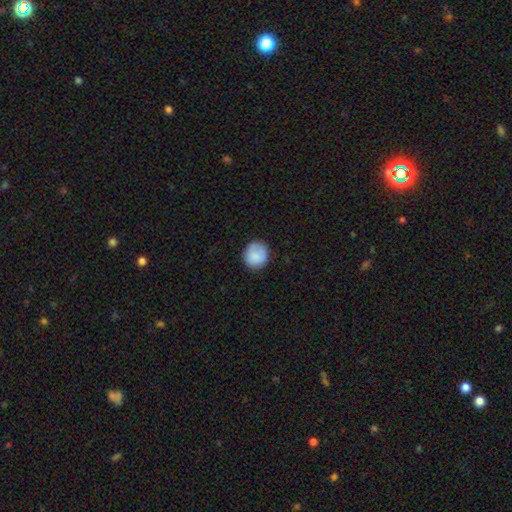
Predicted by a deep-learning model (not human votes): Smooth or featured? Predicted: smooth (p=0.84). How rounded? Predicted: round (p=0.86). Merging? Predicted: none (p=0.81).